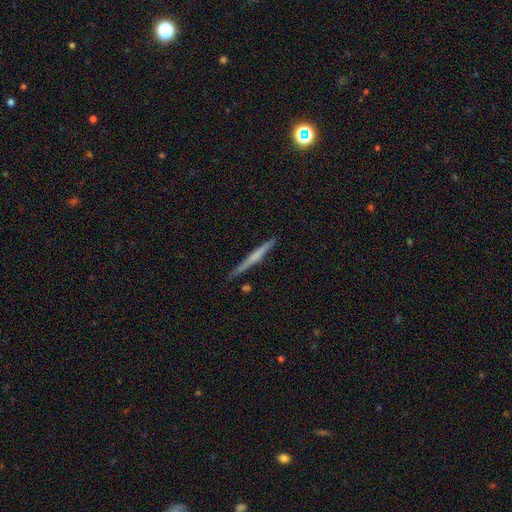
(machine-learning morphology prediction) Overall: featured or disk (54%; smooth 41%). Edge-on disk: yes (98%). Edge-on bulge: none (66%). Merging: none (89%).